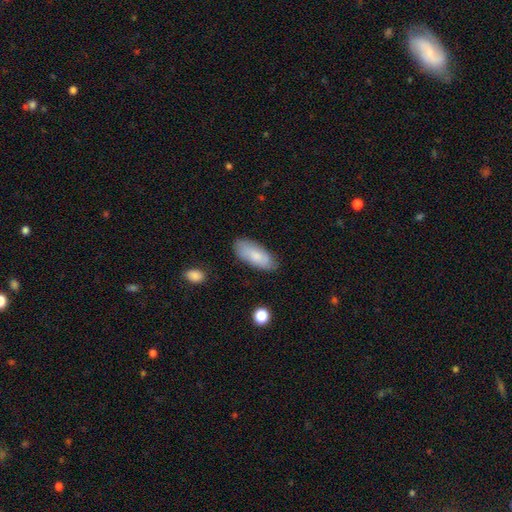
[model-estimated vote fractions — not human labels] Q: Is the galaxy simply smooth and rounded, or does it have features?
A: smooth — 78%.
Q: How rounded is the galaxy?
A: in between — 83%.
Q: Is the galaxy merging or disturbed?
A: none — 81%.